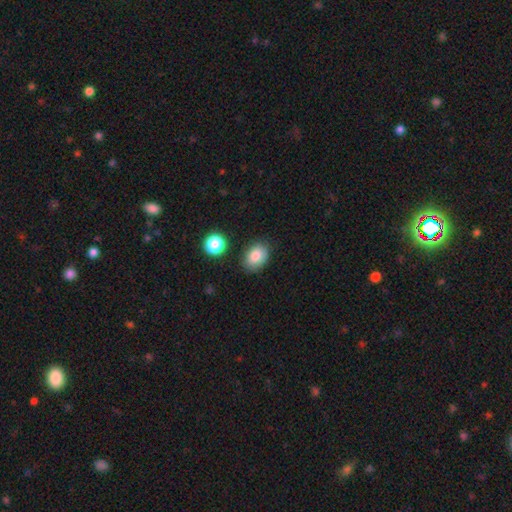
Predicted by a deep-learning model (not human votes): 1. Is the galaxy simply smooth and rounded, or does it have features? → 84% smooth, 9% star or artifact, 8% featured or disk.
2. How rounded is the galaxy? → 77% in between, 22% round, 1% cigar-shaped.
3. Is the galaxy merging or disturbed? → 80% none, 14% minor disturbance, 3% major disturbance, 3% merger.